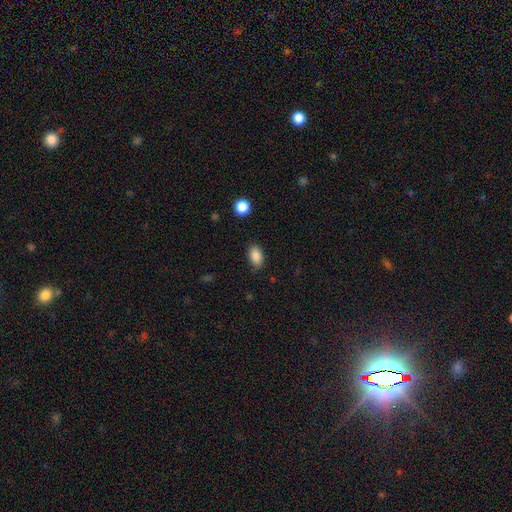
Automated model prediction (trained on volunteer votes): A smooth galaxy with no disk features (87%) that is in between round and cigar-shaped (88%).

Vote fractions:
- Smooth or featured? smooth: 87% / star or artifact: 8% / featured or disk: 4%
- How rounded? in between: 88% / round: 10% / cigar-shaped: 2%
- Merging? none: 83% / minor disturbance: 12% / major disturbance: 3% / merger: 1%